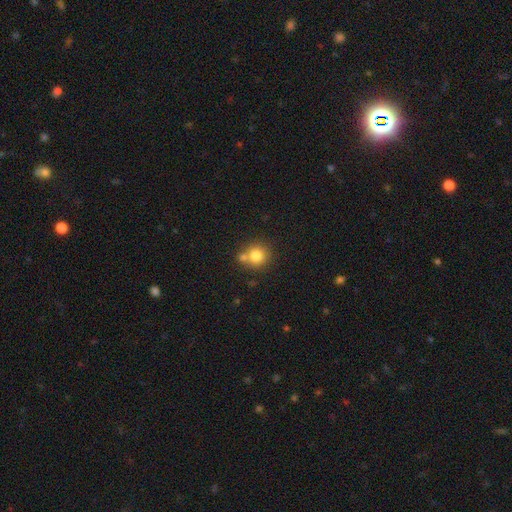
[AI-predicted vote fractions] This appears to be a smooth galaxy with no disk features (80%) that is round (88%). Merging: none (58%).